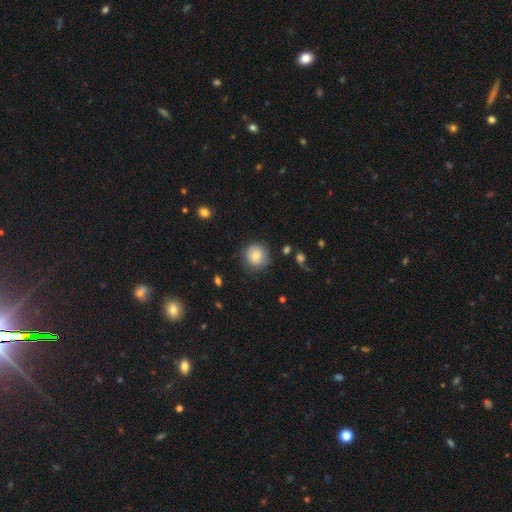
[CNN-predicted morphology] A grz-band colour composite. It shows a smooth galaxy with no disk features (80%) that is round (92%). Merging: none (82%).